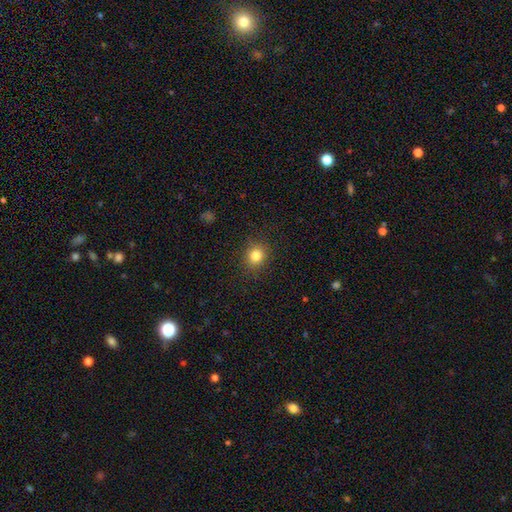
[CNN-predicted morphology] Smooth or featured?
  - smooth: 82% *
  - star or artifact: 12%
  - featured or disk: 6%
How rounded?
  - round: 79% *
  - in between: 20%
  - cigar-shaped: 1%
Merging?
  - none: 88% *
  - minor disturbance: 8%
  - major disturbance: 3%
  - merger: 1%